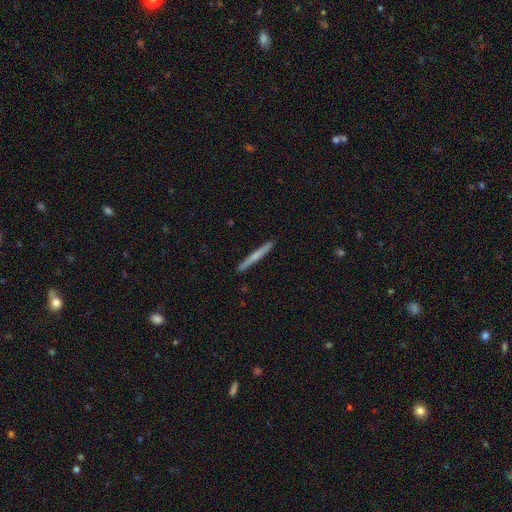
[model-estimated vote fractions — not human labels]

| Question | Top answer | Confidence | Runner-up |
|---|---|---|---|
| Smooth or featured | smooth | 51% | featured or disk (44%) |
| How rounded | cigar-shaped | 97% | in between (2%) |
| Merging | none | 92% | minor disturbance (6%) |